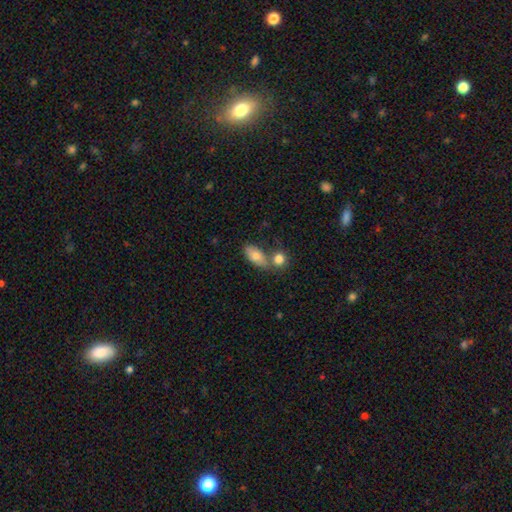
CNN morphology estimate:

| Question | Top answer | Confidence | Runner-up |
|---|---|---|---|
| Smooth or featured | smooth | 77% | featured or disk (16%) |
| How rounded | in between | 84% | round (8%) |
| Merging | none | 46% | merger (38%) |